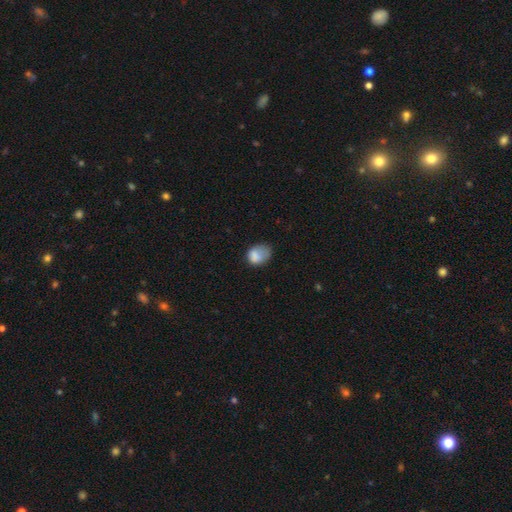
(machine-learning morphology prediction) smooth-or-featured: smooth: 77% | featured or disk: 13% | star or artifact: 10%
  how-rounded: in between: 65% | round: 34% | cigar-shaped: 1%
  merging: none: 40% | minor disturbance: 34% | major disturbance: 21% | merger: 5%